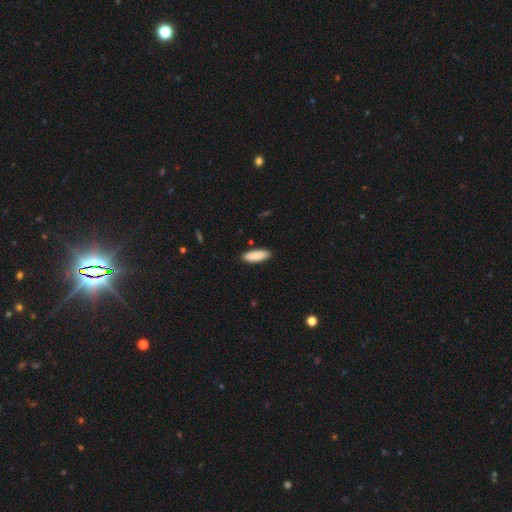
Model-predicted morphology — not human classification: This is clearly a smooth galaxy (89%). How rounded: likely in between (65%). Merging: clearly none (89%).